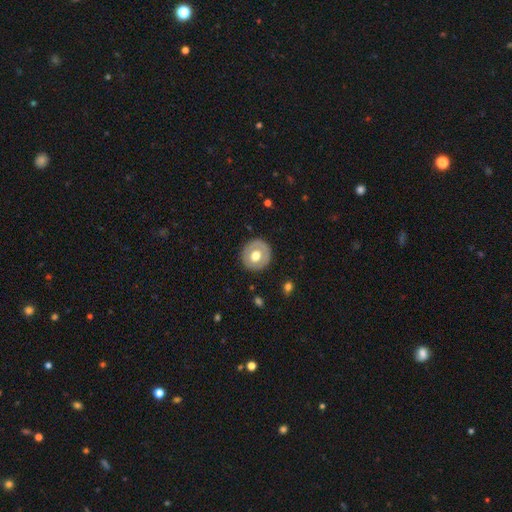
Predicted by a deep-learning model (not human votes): Q: Smooth or featured?
A: smooth (56%); runner-up: featured or disk (37%)
Q: How rounded?
A: round (88%); runner-up: in between (11%)
Q: Merging?
A: none (87%); runner-up: minor disturbance (9%)